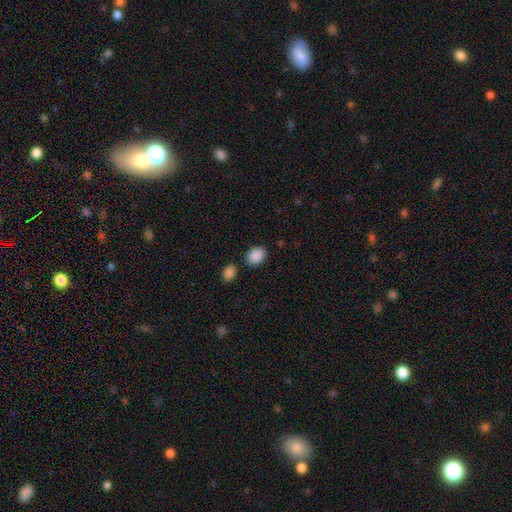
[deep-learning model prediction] smooth_or_featured: smooth (p=0.89) [alt: star or artifact p=0.08]
how_rounded: in between (p=0.67) [alt: round p=0.32]
merging: none (p=0.79) [alt: minor disturbance p=0.11]